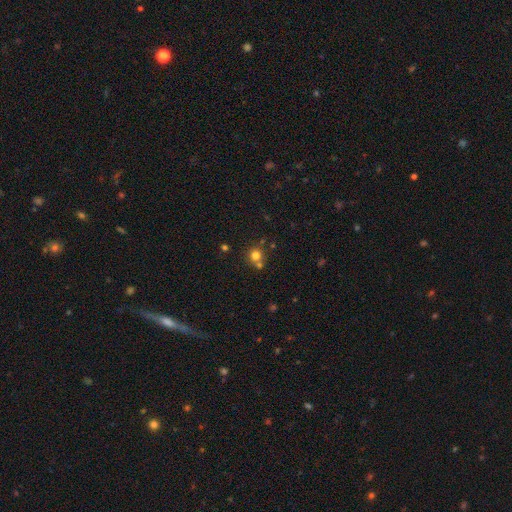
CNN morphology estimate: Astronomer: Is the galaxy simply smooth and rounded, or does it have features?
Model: smooth — 75%.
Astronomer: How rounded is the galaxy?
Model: round — 91%.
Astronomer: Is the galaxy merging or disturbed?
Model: none — 64%.